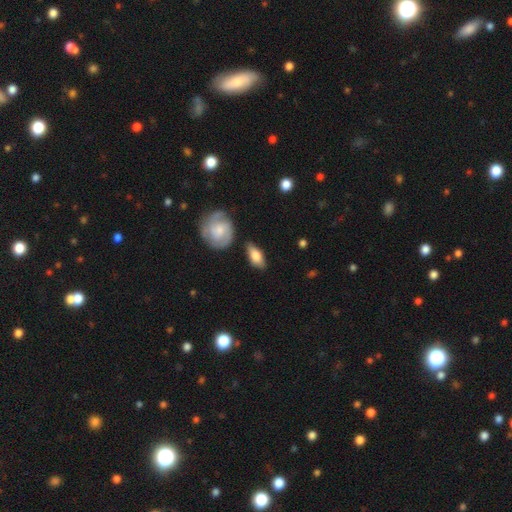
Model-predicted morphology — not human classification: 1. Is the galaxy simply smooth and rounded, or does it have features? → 67% smooth, 28% featured or disk, 6% star or artifact.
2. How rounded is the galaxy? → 80% in between, 14% cigar-shaped, 6% round.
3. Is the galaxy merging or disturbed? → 77% none, 15% minor disturbance, 4% merger, 3% major disturbance.